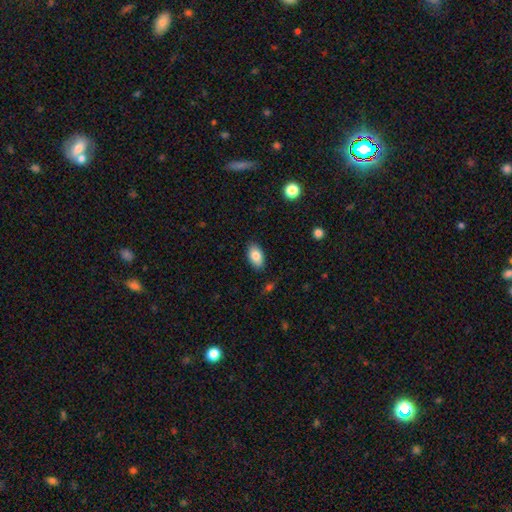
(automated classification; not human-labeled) Smooth or featured?
  - smooth: 83% *
  - featured or disk: 10%
  - star or artifact: 7%
How rounded?
  - in between: 92% *
  - round: 6%
  - cigar-shaped: 2%
Merging?
  - none: 87% *
  - minor disturbance: 10%
  - major disturbance: 2%
  - merger: 1%